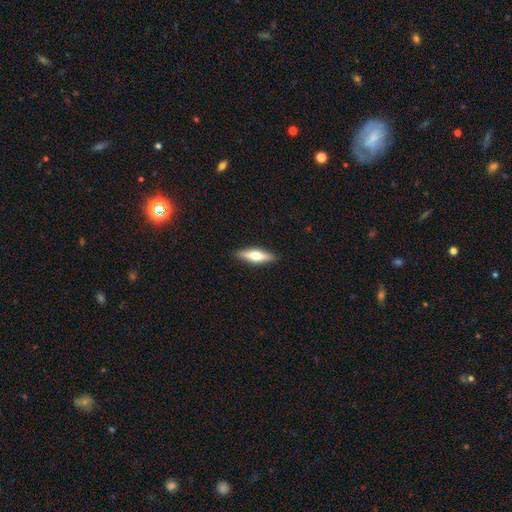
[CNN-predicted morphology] Overall: smooth (51%; featured or disk 43%). How rounded: cigar-shaped (57%; in between 41%). Merging: none (89%).